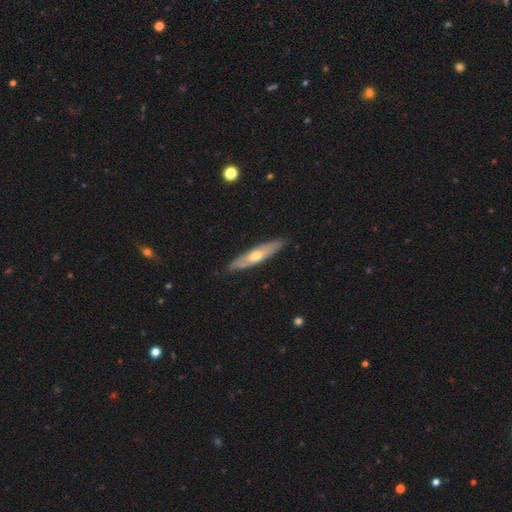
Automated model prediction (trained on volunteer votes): This appears to be a featured or disk galaxy (54%) viewed edge-on (75%). Merging: none (88%).